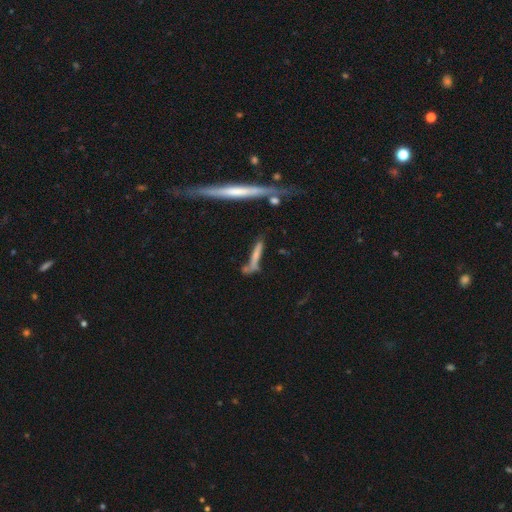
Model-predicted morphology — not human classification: Smooth or featured? Predicted: smooth (p=0.54). How rounded? Predicted: cigar-shaped (p=0.90). Merging? Predicted: none (p=0.48).